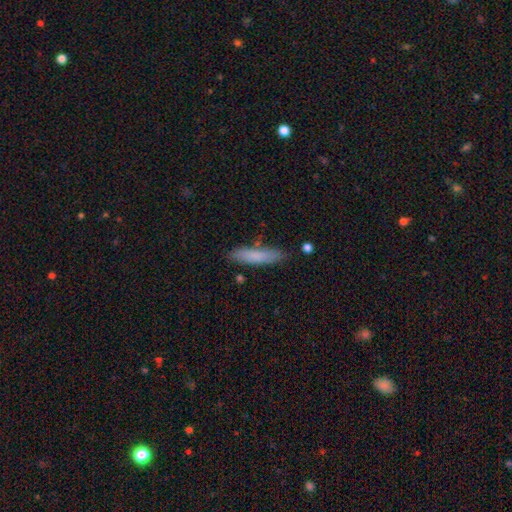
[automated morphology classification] A smooth galaxy with no disk features (79%) that is cigar-shaped (82%). Merging: none (80%).